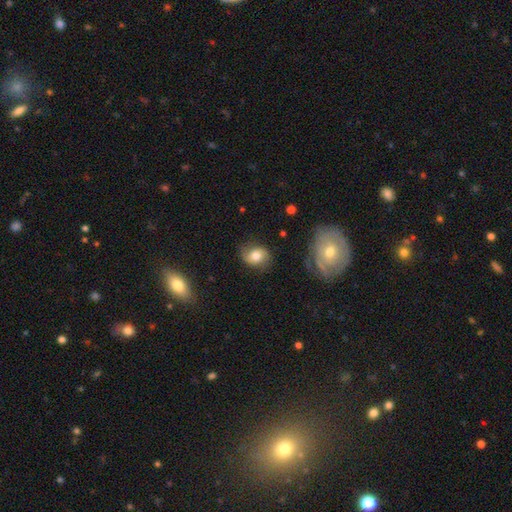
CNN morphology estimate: Overall: smooth (58%; featured or disk 33%). How rounded: round (50%; in between 49%). Merging: none (70%).